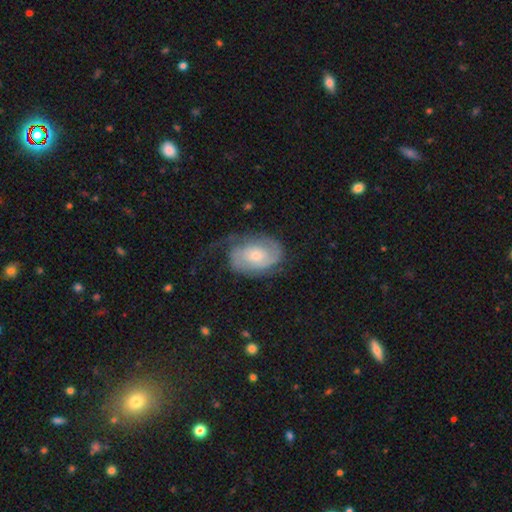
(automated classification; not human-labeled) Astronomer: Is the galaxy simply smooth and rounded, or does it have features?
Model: featured or disk — 72%.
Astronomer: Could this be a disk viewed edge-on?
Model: no — 97%.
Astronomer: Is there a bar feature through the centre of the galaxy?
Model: no — 68%.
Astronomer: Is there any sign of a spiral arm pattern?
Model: yes — 90%.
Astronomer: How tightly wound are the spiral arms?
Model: tight — 43% (runner-up: medium, 38%).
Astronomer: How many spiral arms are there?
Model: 2 — 59%.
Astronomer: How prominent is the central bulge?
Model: moderate — 45%, tied with small at 45%.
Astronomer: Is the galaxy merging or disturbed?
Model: none — 49% (runner-up: minor disturbance, 25%).